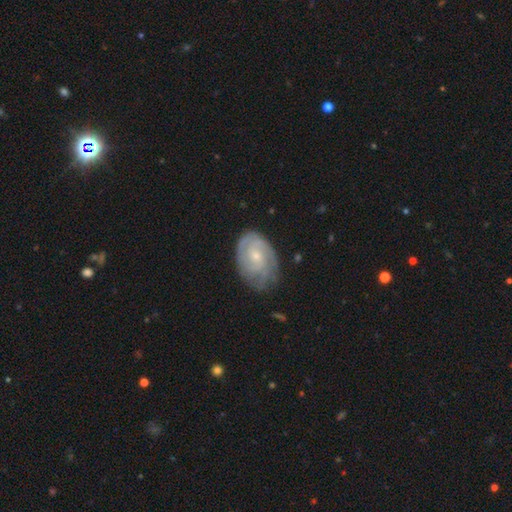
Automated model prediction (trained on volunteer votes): featured or disk 75%, smooth 19%, star or artifact 6%. Down the decision tree: edge-on disk — no (97%); bar — no (68%); spiral arms — yes (92%); spiral arm count — can't tell (36%); spiral winding — tight (63%); bulge size — small (66%); merging — none (66%).